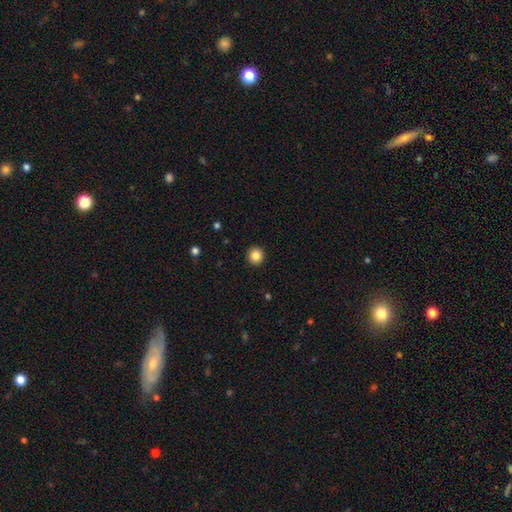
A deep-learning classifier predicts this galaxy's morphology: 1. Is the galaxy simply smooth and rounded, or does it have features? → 85% smooth, 10% star or artifact, 5% featured or disk.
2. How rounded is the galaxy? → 95% round, 4% in between, 1% cigar-shaped.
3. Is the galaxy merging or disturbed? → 93% none, 4% minor disturbance, 2% major disturbance, 1% merger.